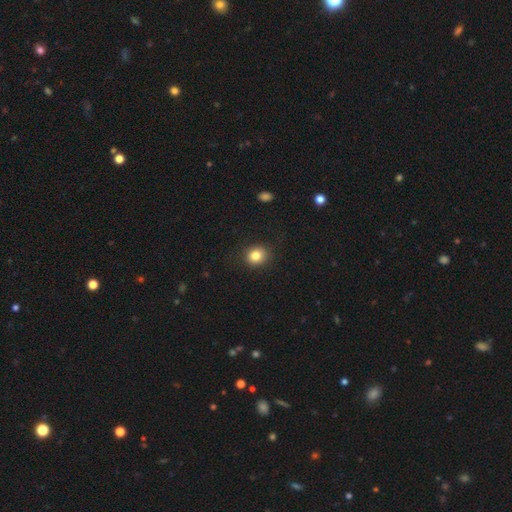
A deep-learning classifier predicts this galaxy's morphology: smooth 83%, star or artifact 10%, featured or disk 7%. Down the decision tree: how rounded — round (73%); merging — none (88%).